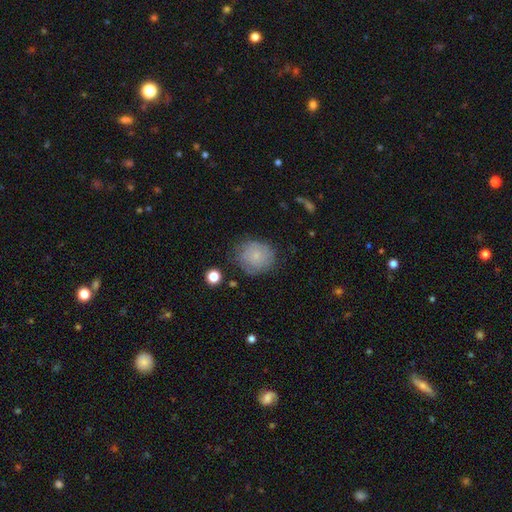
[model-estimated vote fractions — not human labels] Morphology: type=smooth (70%); roundness=round (80%); merging=none (70%).